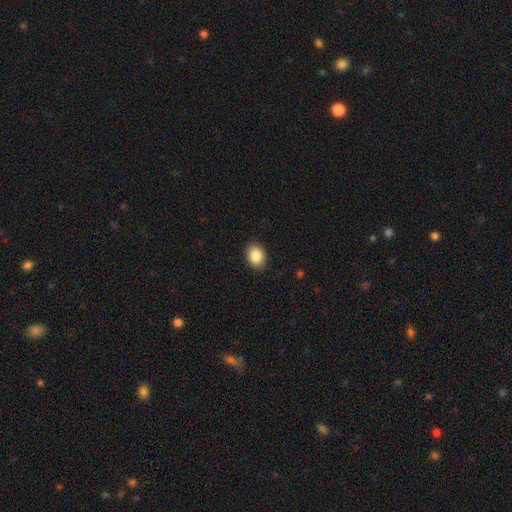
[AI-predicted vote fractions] Morphology: type=smooth (86%); roundness=in between (67%); merging=none (89%).